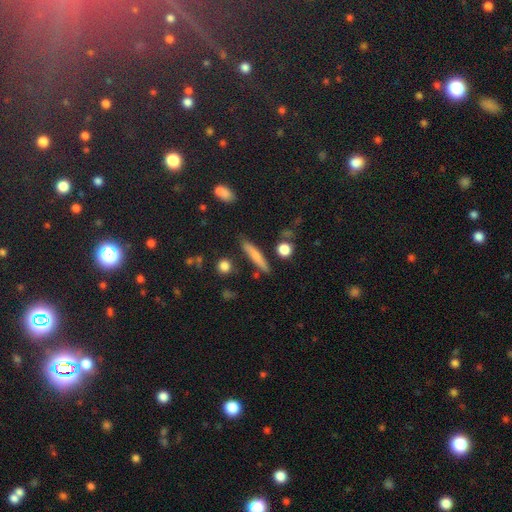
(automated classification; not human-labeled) Smooth or featured: smooth — 68% (featured or disk — 25%)
How rounded: cigar-shaped — 88% (in between — 9%)
Merging: none — 84% (minor disturbance — 10%)